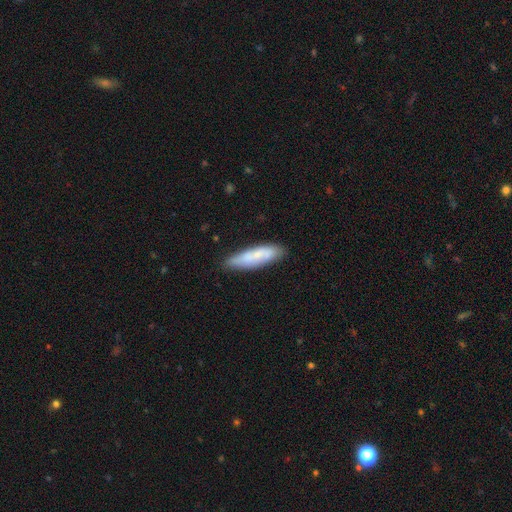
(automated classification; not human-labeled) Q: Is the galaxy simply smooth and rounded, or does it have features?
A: smooth — 60%.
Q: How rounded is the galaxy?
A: cigar-shaped — 66%.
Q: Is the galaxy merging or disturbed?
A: none — 78%.